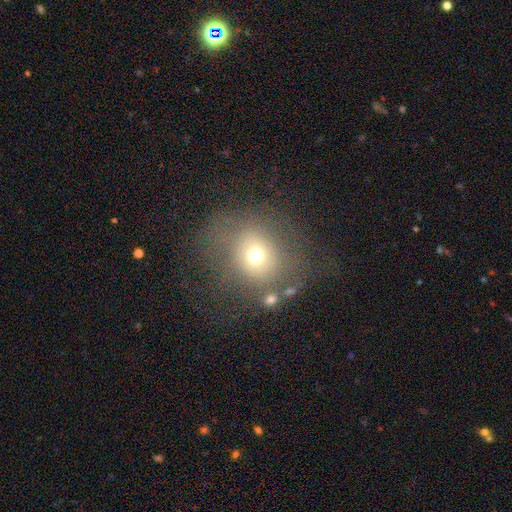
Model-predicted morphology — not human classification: type=smooth (64%); roundness=round (78%); merging=none (59%).